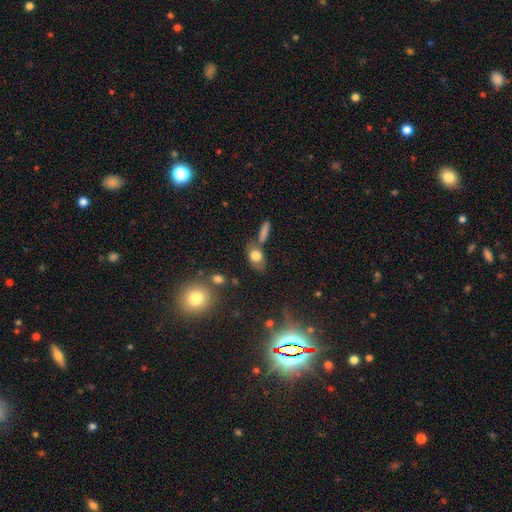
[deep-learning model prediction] Smooth or featured? Predicted: smooth (p=0.76). How rounded? Predicted: in between (p=0.76). Merging? Predicted: none (p=0.60).